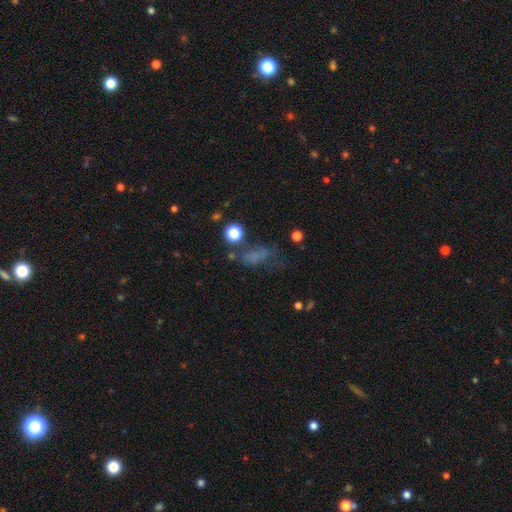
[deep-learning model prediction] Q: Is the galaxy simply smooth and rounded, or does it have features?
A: smooth — 55%.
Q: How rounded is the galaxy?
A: in between — 66%.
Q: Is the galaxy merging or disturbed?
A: none — 40%.